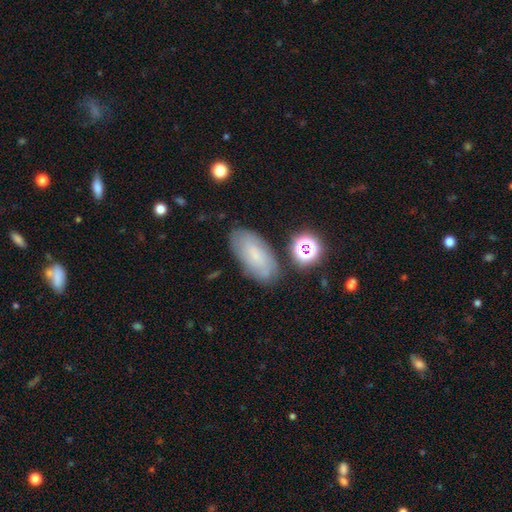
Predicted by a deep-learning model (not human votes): Smooth or featured? Predicted: smooth (p=0.56). How rounded? Predicted: in between (p=0.90). Merging? Predicted: none (p=0.76).